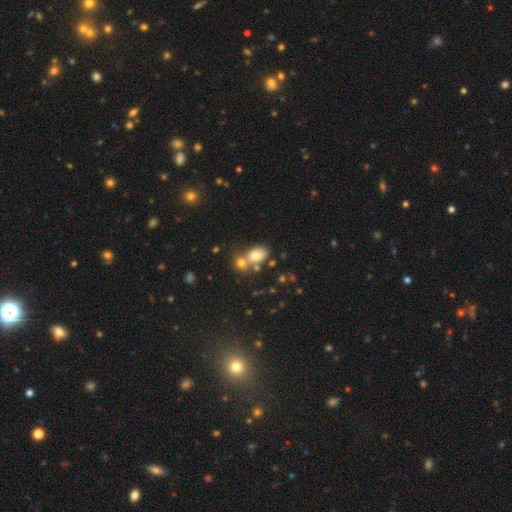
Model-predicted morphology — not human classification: A smooth galaxy with no disk features (77%) that is in between round and cigar-shaped (76%).

Vote fractions:
- Smooth or featured? smooth: 77% / featured or disk: 12% / star or artifact: 11%
- How rounded? in between: 76% / round: 22% / cigar-shaped: 1%
- Merging? none: 42% (tied) / merger: 42% (tied) / minor disturbance: 11% / major disturbance: 5%